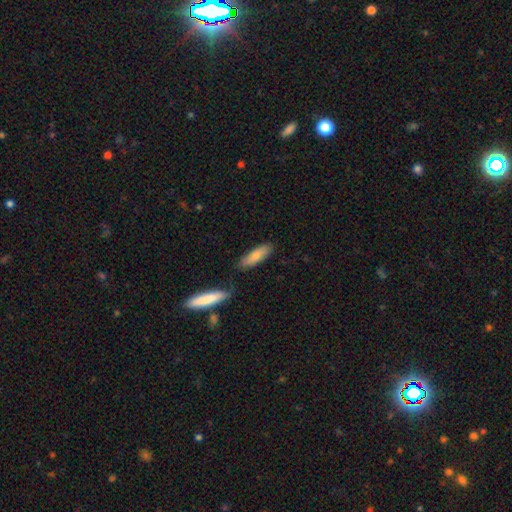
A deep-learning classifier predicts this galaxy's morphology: Smooth or featured? smooth (78%)
How rounded? cigar-shaped (53%)
Merging? none (77%)